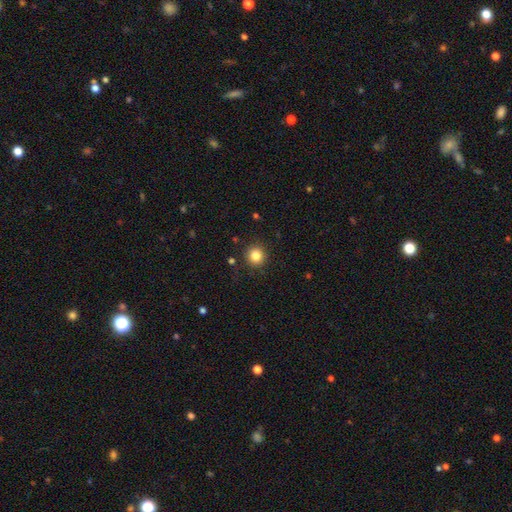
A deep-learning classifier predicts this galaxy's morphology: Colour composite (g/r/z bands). It shows a smooth galaxy with no disk features (84%) that is round (93%). Merging: none (90%).